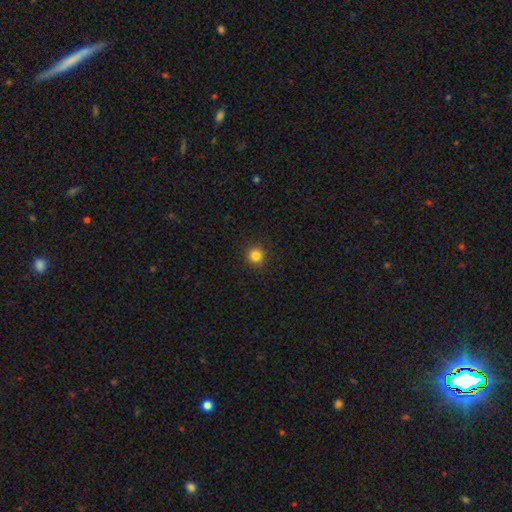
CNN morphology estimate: Overall: smooth (83%). How rounded: round (94%). Merging: none (92%).